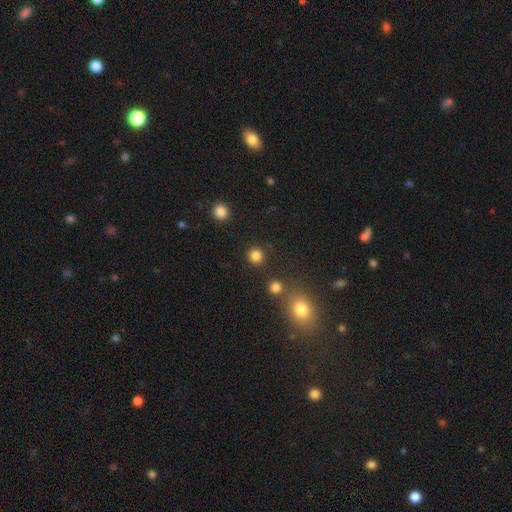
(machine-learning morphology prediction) smooth-or-featured: smooth: 83% | star or artifact: 13% | featured or disk: 4%
  how-rounded: round: 93% | in between: 6% | cigar-shaped: 1%
  merging: none: 89% | minor disturbance: 5% | merger: 4% | major disturbance: 2%